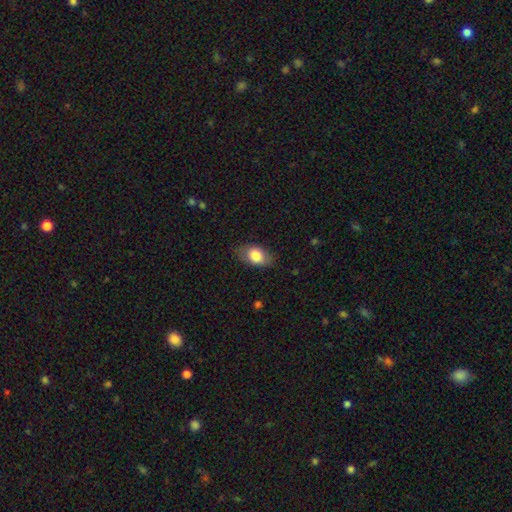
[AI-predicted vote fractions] smooth 79%, featured or disk 14%, star or artifact 7%. Down the decision tree: how rounded — in between (87%); merging — none (77%).